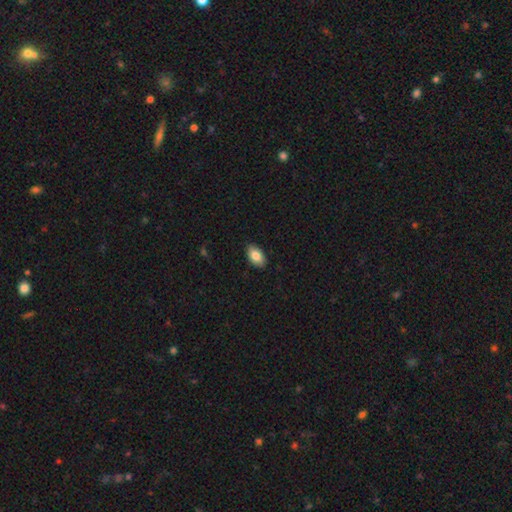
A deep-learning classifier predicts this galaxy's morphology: The model was most divided on "smooth or featured": smooth: 84%, featured or disk: 9%, star or artifact: 7%. More confident: how rounded — in between (94%); merging — none (88%).